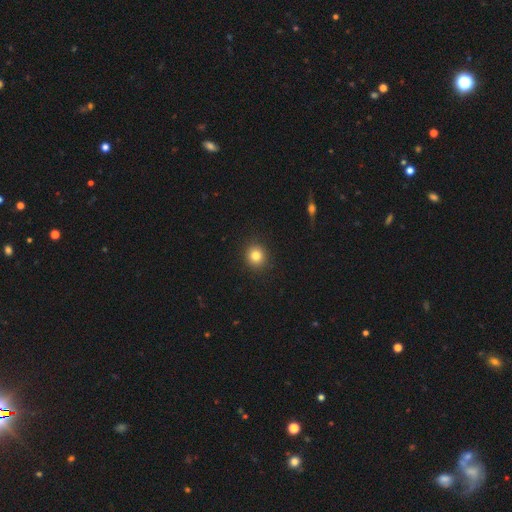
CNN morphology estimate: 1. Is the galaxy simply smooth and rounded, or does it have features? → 82% smooth, 12% star or artifact, 6% featured or disk.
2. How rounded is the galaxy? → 86% round, 13% in between, 1% cigar-shaped.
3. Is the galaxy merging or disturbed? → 91% none, 6% minor disturbance, 2% major disturbance, 1% merger.